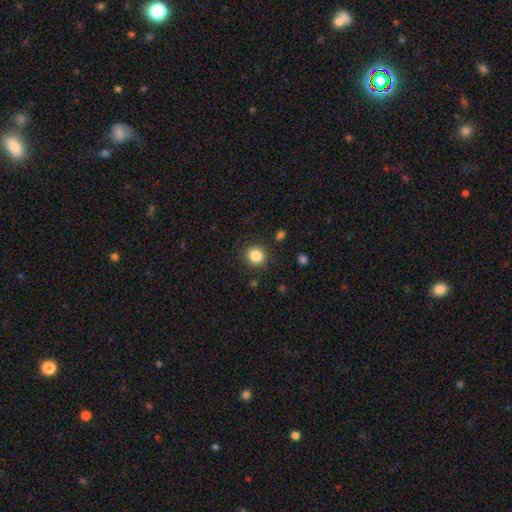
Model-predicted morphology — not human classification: The model was most divided on "smooth or featured": smooth: 85%, star or artifact: 10%, featured or disk: 5%. More confident: how rounded — round (92%); merging — none (89%).